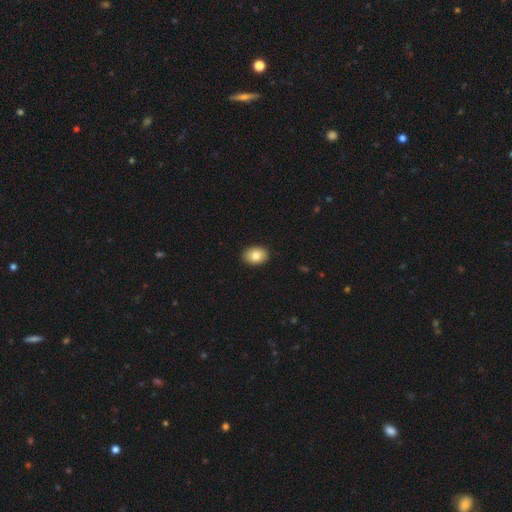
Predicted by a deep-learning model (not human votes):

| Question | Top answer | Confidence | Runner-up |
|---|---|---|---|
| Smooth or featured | smooth | 82% | featured or disk (10%) |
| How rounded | in between | 78% | round (21%) |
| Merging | none | 91% | minor disturbance (7%) |